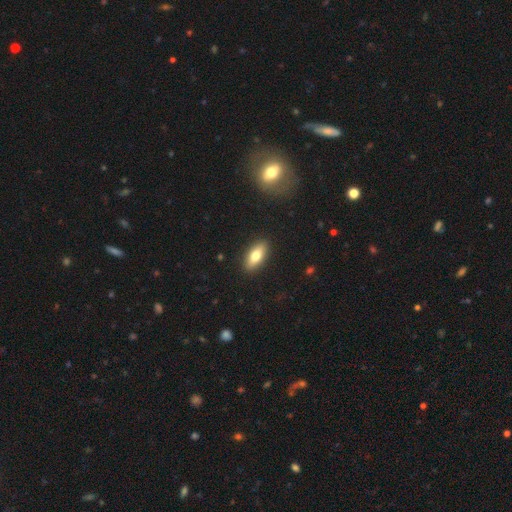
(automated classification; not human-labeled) smooth_or_featured: smooth (p=0.72) [alt: featured or disk p=0.21]
how_rounded: in between (p=0.79) [alt: cigar-shaped p=0.17]
merging: none (p=0.89) [alt: minor disturbance p=0.08]